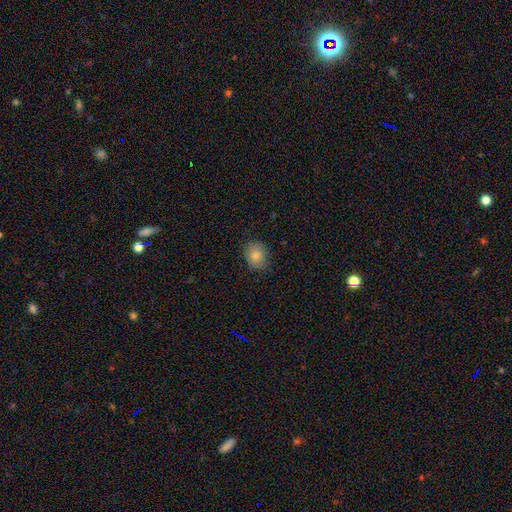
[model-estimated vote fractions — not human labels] Overall: smooth (80%). How rounded: round (61%; in between 38%). Merging: none (83%).